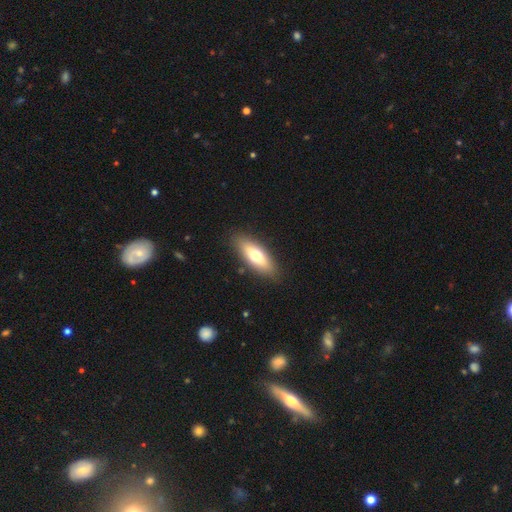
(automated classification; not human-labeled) smooth 64%, featured or disk 30%, star or artifact 6%. Down the decision tree: how rounded — in between (63%); merging — none (87%).